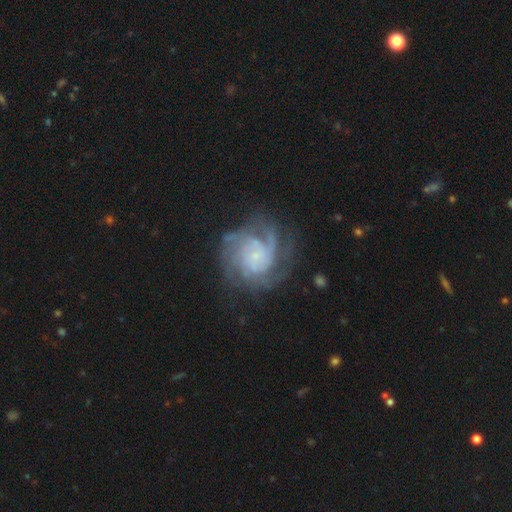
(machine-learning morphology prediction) smooth_or_featured: featured or disk (p=0.85) [alt: smooth p=0.08]
disk_edge_on: no (p=0.98) [alt: yes p=0.02]
bar: no (p=0.73) [alt: weak p=0.23]
has_spiral_arms: yes (p=0.96) [alt: no p=0.04]
spiral_winding: tight (p=0.57) [alt: medium p=0.35]
spiral_arm_count: 3 (p=0.28) [alt: can't tell p=0.23]
bulge_size: small (p=0.69) [alt: none p=0.14]
merging: none (p=0.66) [alt: minor disturbance p=0.17]